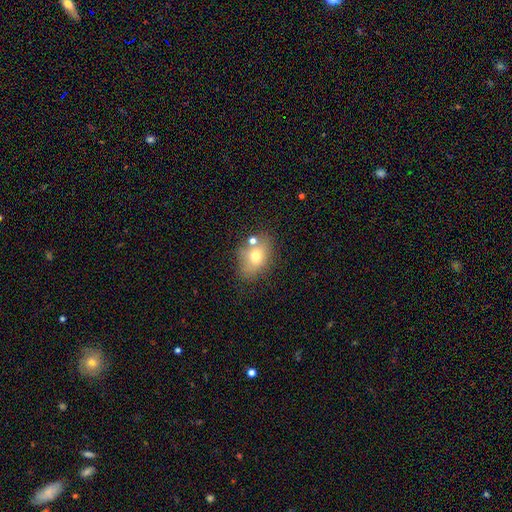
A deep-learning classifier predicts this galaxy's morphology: The model was most divided on "how rounded": in between: 69%, round: 29%, cigar-shaped: 2%. More confident: smooth or featured — smooth (66%); merging — none (61%).